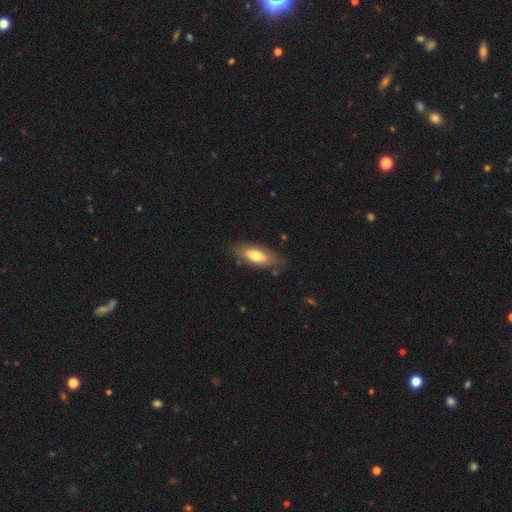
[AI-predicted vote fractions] This appears to be a smooth galaxy with no disk features (68%) that is in between round and cigar-shaped (77%). Merging: none (77%).